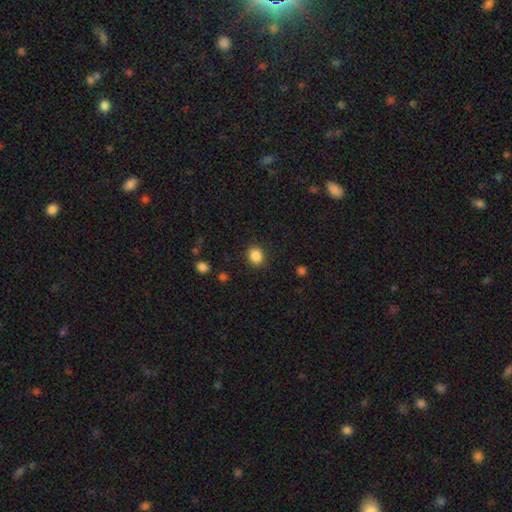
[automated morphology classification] This is clearly a smooth galaxy (87%). How rounded: likely round (66%). Merging: clearly none (88%).